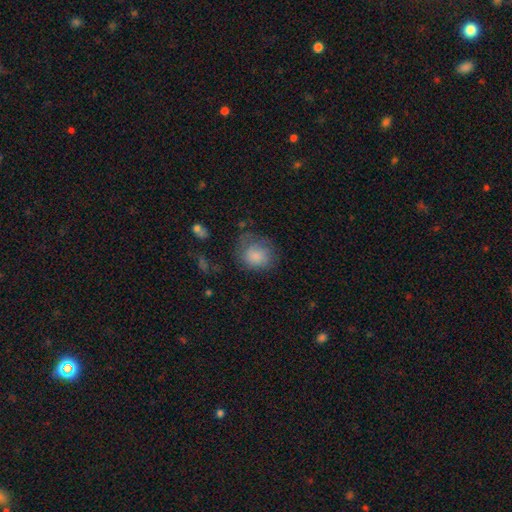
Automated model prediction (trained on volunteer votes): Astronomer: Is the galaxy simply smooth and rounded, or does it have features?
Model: smooth — 78%.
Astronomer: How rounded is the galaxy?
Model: round — 70%.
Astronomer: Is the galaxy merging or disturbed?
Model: none — 52%.